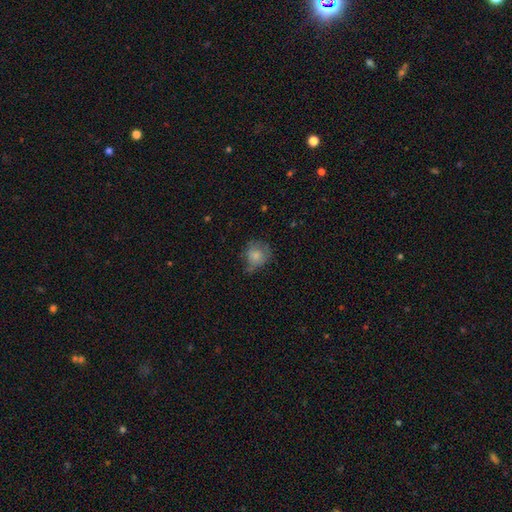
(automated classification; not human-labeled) smooth-or-featured: smooth: 76% | featured or disk: 15% | star or artifact: 9%
  how-rounded: round: 77% | in between: 22% | cigar-shaped: 1%
  merging: none: 48% | minor disturbance: 34% | major disturbance: 16% | merger: 3%